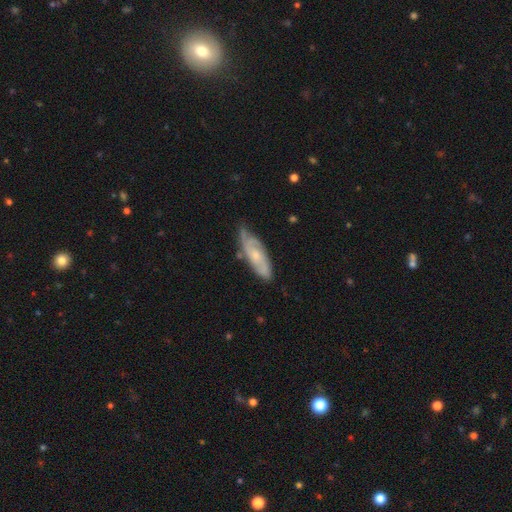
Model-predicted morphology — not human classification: Smooth or featured? featured or disk (70%)
Edge-on disk? no (85%)
Bar? no (69%)
Spiral arms? yes (90%)
Spiral winding? tight (48%)
Spiral arm count? 2 (46%)
Bulge size? small (58%)
Merging? none (67%)